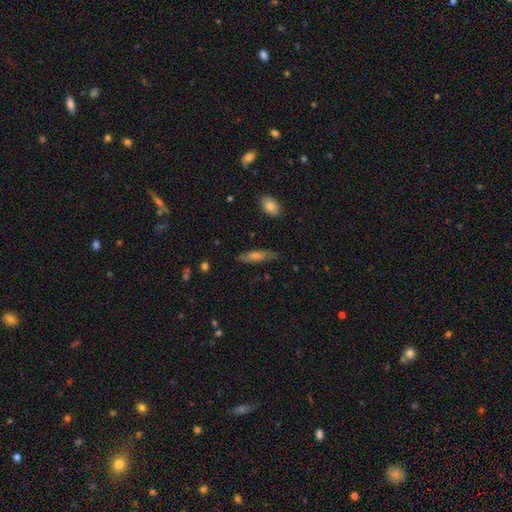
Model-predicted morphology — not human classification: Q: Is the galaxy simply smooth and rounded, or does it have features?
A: smooth — 45%.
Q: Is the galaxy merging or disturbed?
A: none — 80%.